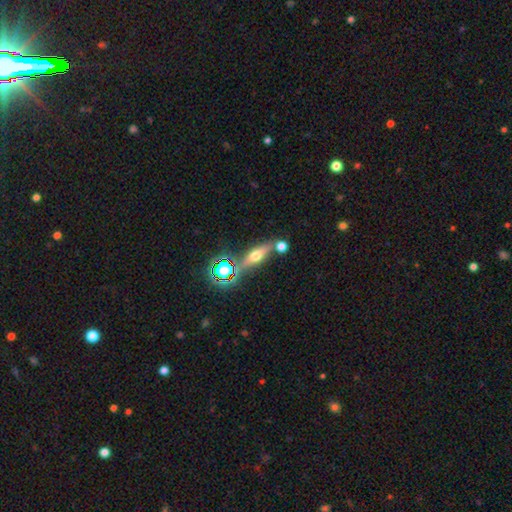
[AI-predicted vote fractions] This is possibly a featured or disk galaxy (51%). It is clearly viewed edge-on (86%). Merging: likely none (72%).